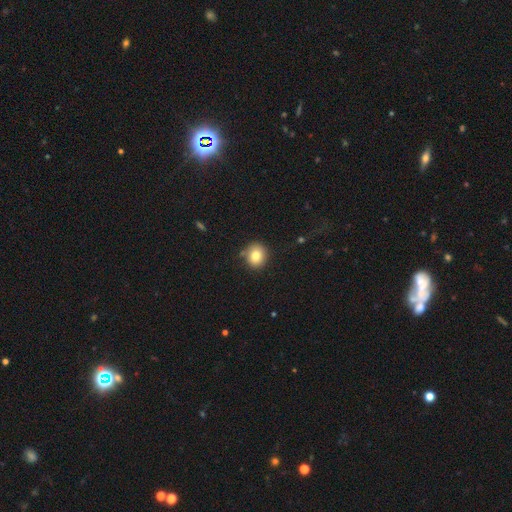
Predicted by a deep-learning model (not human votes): This appears to be a smooth galaxy with no disk features (80%) that is round (79%). Merging: none (82%).